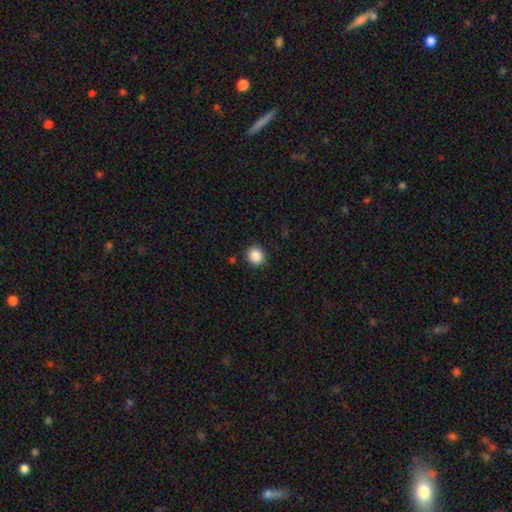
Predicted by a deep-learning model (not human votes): Q: Smooth or featured?
A: smooth (88%); runner-up: star or artifact (9%)
Q: How rounded?
A: round (87%); runner-up: in between (12%)
Q: Merging?
A: none (89%); runner-up: minor disturbance (7%)